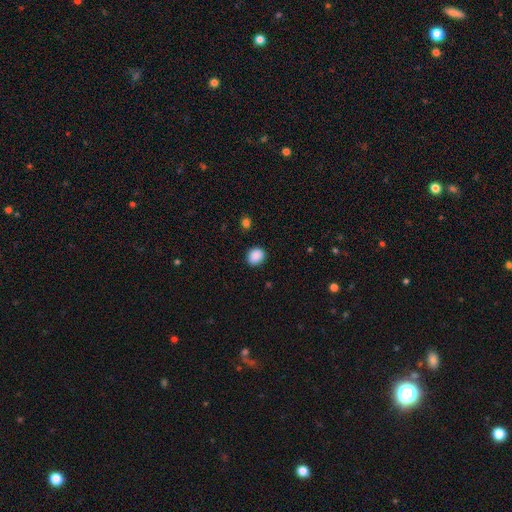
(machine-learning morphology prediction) type=smooth (89%); roundness=round (66%); merging=none (89%).